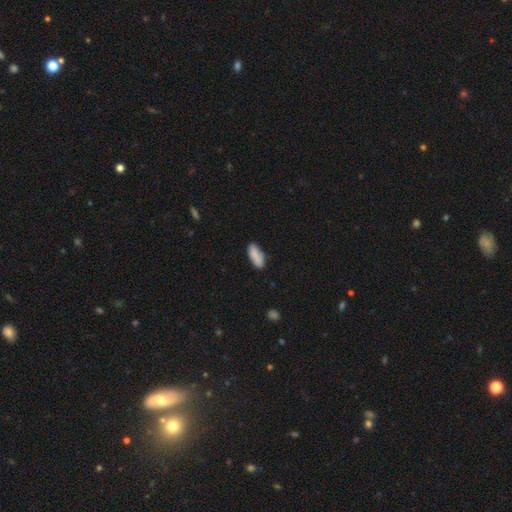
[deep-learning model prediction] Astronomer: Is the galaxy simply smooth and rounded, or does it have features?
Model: smooth — 85%.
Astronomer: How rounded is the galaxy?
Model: in between — 81%.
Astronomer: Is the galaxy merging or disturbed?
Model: none — 73%.